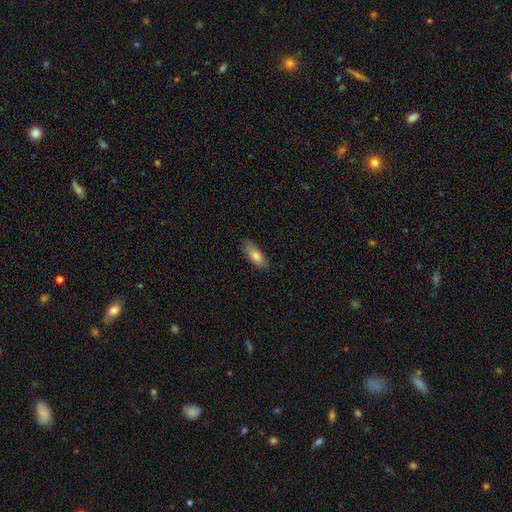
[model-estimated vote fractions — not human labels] A smooth galaxy with no disk features (79%) that is in between round and cigar-shaped (75%).

Vote fractions:
- Smooth or featured? smooth: 79% / featured or disk: 14% / star or artifact: 6%
- How rounded? in between: 75% / cigar-shaped: 23% / round: 2%
- Merging? none: 80% / minor disturbance: 16% / major disturbance: 3% / merger: 1%